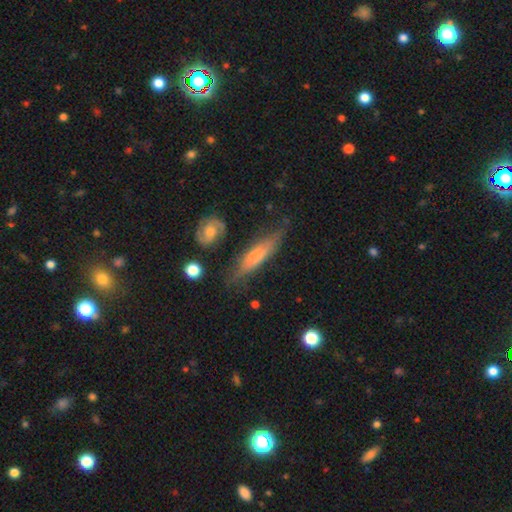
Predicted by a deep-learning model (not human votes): smooth 55%, featured or disk 38%, star or artifact 7%. Down the decision tree: how rounded — cigar-shaped (78%); merging — none (60%).